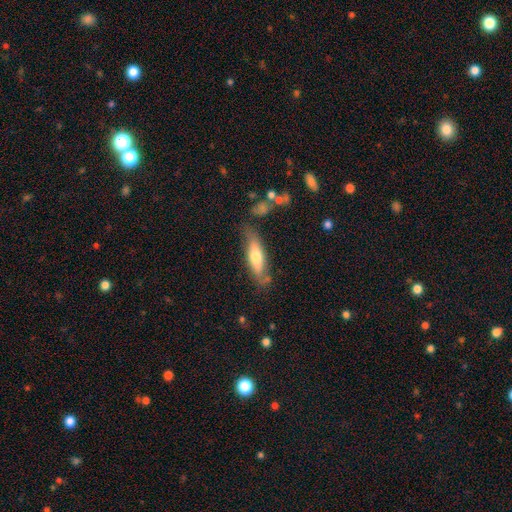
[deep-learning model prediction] Smooth or featured? smooth (57%)
How rounded? cigar-shaped (56%)
Merging? none (66%)